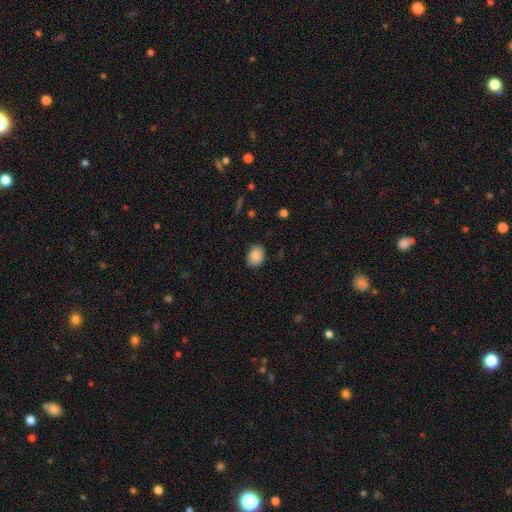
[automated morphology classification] Smooth or featured? Predicted: smooth (p=0.88). How rounded? Predicted: in between (p=0.71). Merging? Predicted: none (p=0.87).